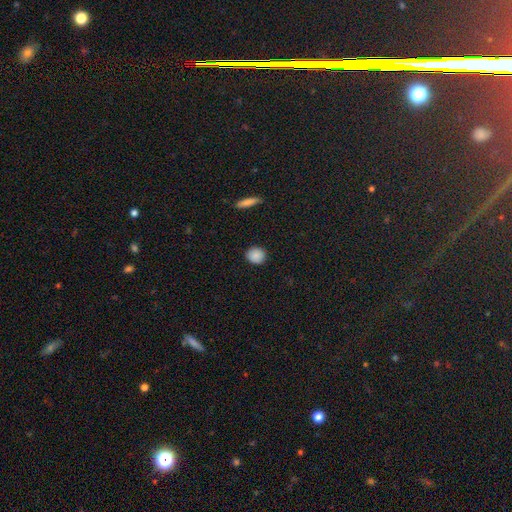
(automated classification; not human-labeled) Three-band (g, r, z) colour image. It shows a smooth galaxy with no disk features (87%) that is round (84%). Merging: none (90%).